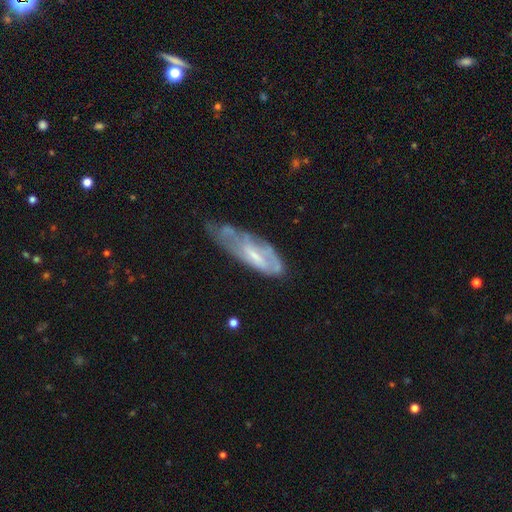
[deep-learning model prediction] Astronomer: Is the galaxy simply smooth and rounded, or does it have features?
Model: featured or disk — 61%.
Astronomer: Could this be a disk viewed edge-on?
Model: no — 81%.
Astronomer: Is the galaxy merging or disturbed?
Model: minor disturbance — 38% (runner-up: none, 34%).